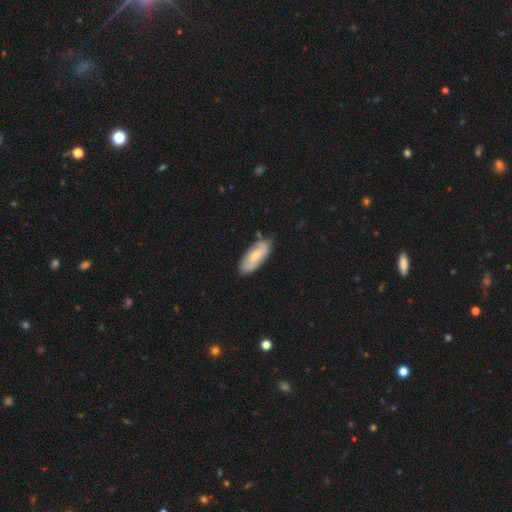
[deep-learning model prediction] Q: Smooth or featured?
A: smooth (61%); runner-up: featured or disk (33%)
Q: How rounded?
A: in between (80%); runner-up: cigar-shaped (18%)
Q: Merging?
A: none (76%); runner-up: minor disturbance (18%)